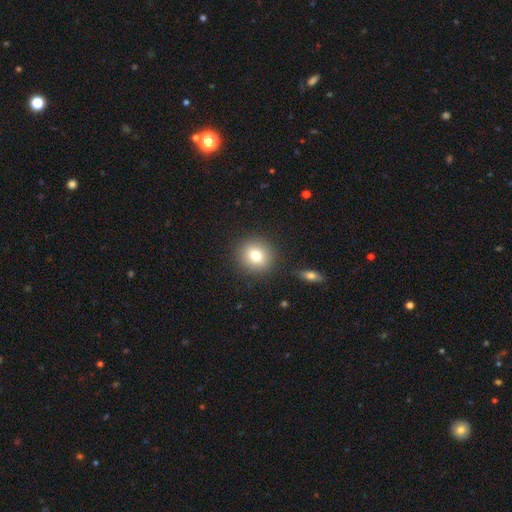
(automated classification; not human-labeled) The model was most divided on "smooth or featured": smooth: 78%, star or artifact: 11%, featured or disk: 11%. More confident: merging — none (88%); how rounded — round (85%).